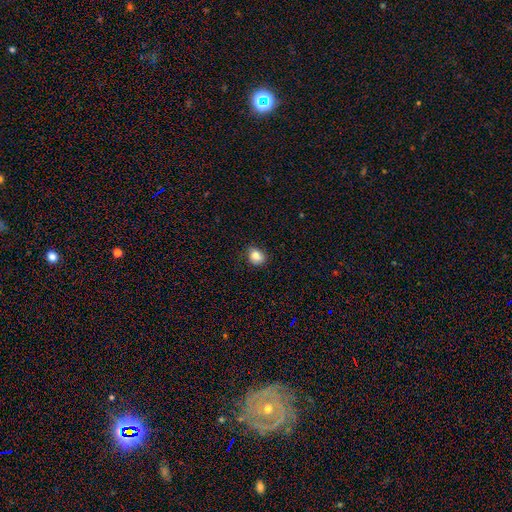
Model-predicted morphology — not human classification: The model was most divided on "how rounded": in between: 54%, round: 45%, cigar-shaped: 1%. More confident: smooth or featured — smooth (85%); merging — none (79%).